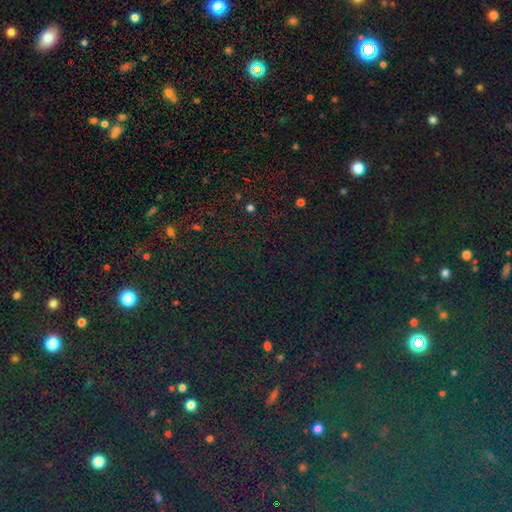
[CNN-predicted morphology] type=star or artifact (78%).